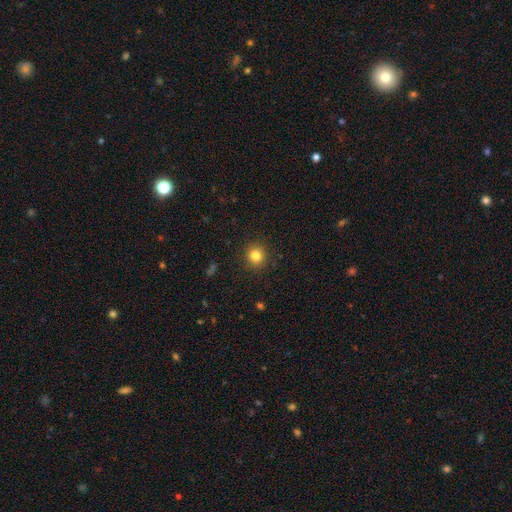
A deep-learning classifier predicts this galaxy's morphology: smooth_or_featured: smooth (p=0.82) [alt: star or artifact p=0.12]
how_rounded: round (p=0.91) [alt: in between p=0.08]
merging: none (p=0.91) [alt: minor disturbance p=0.06]